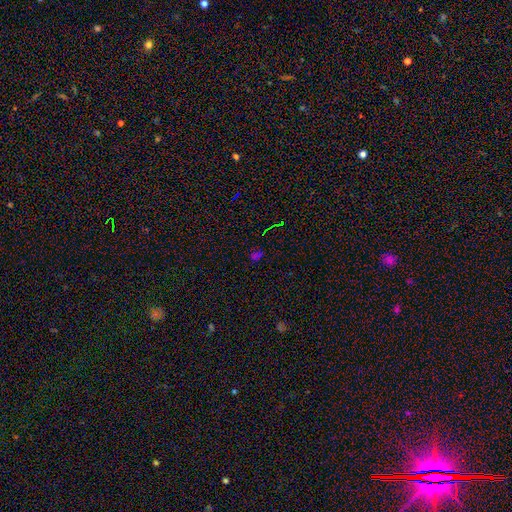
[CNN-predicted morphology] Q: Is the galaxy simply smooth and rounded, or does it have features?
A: star or artifact — 53%.